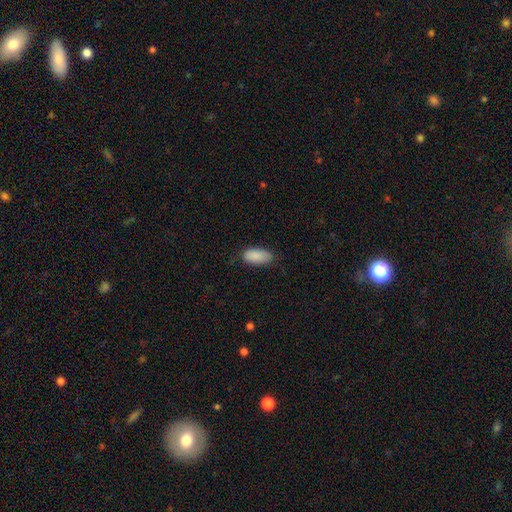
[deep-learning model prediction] Q: Smooth or featured?
A: smooth (88%); runner-up: star or artifact (7%)
Q: How rounded?
A: in between (90%); runner-up: cigar-shaped (8%)
Q: Merging?
A: none (75%); runner-up: minor disturbance (20%)